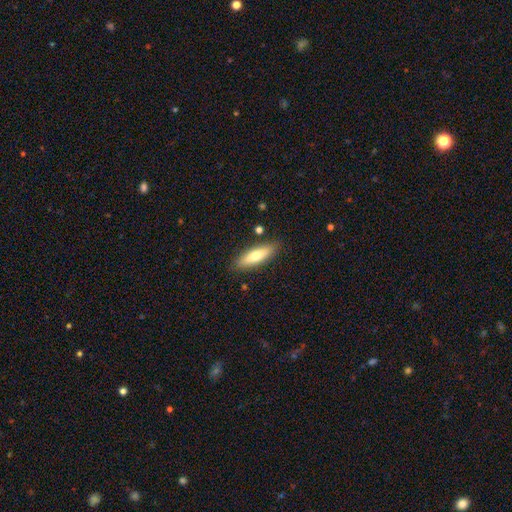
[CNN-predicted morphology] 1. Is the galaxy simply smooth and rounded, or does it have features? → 68% smooth, 26% featured or disk, 6% star or artifact.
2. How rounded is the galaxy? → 56% cigar-shaped, 42% in between, 2% round.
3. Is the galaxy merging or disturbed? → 85% none, 10% minor disturbance, 2% merger, 2% major disturbance.